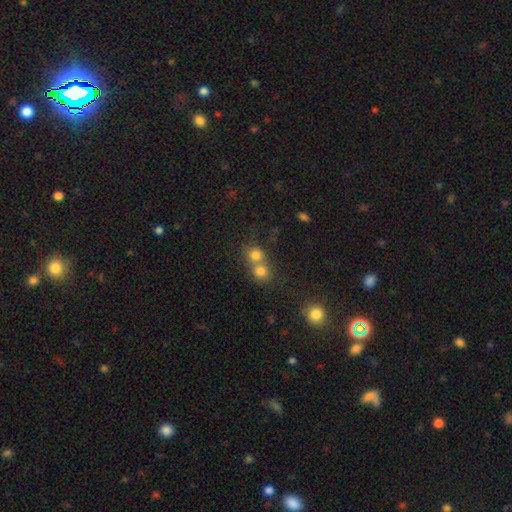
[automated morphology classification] This appears to be a smooth galaxy with no disk features (77%) that is round (84%). Merging: merger (56%).